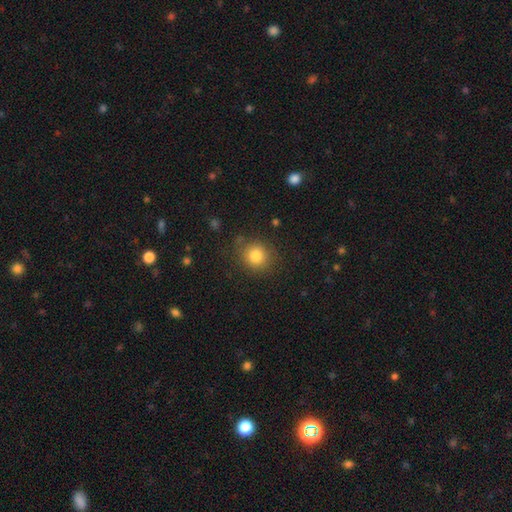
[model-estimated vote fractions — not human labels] Morphology: type=smooth (82%); roundness=round (86%); merging=none (83%).